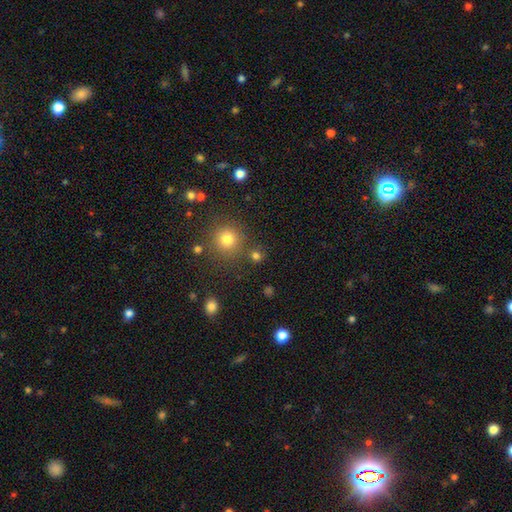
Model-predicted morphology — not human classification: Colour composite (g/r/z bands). It shows a smooth galaxy with no disk features (74%) that is round (88%). Merging: none (77%).